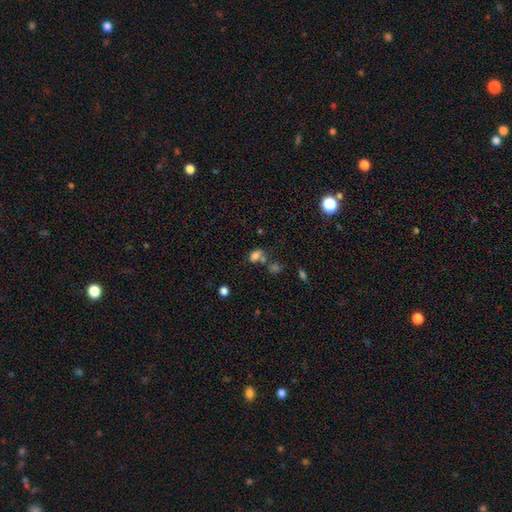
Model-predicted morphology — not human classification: The model was most divided on "merging": none: 39%, merger: 37%, minor disturbance: 15%, major disturbance: 9%. More confident: how rounded — in between (78%); smooth or featured — smooth (73%).